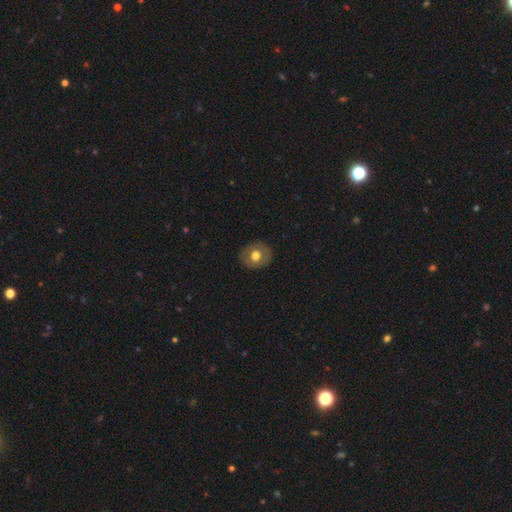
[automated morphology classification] The model was most divided on "smooth or featured": smooth: 60%, featured or disk: 32%, star or artifact: 8%. More confident: merging — none (86%); how rounded — round (75%).